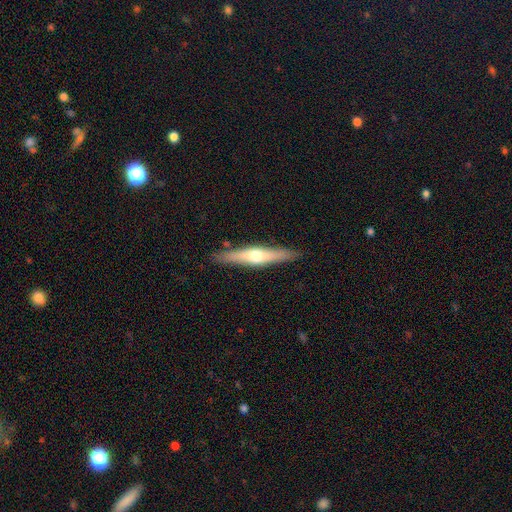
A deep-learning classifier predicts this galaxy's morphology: type=featured or disk (57%); edge-on=yes (94%); edge-on bulge=rounded (89%); merging=none (88%).